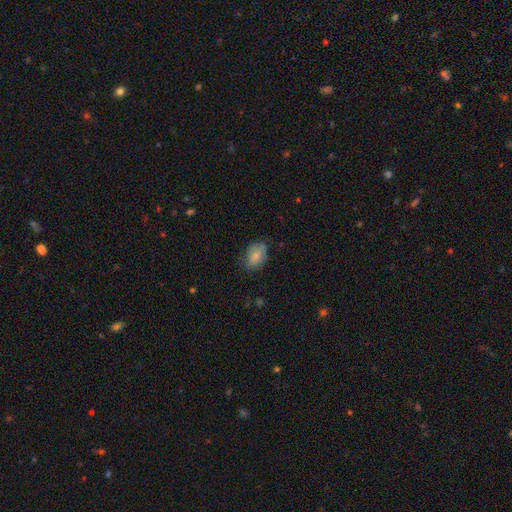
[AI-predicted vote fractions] smooth_or_featured: smooth (p=0.79) [alt: featured or disk p=0.14]
how_rounded: in between (p=0.85) [alt: round p=0.14]
merging: none (p=0.67) [alt: minor disturbance p=0.25]